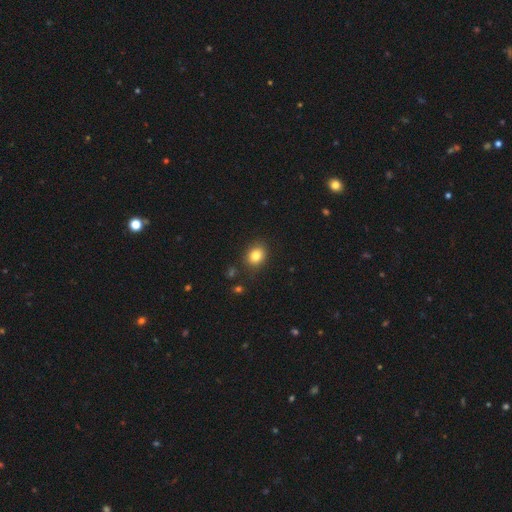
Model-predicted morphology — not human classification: A smooth galaxy with no disk features (82%) that is round (54%).

Vote fractions:
- Smooth or featured? smooth: 82% / star or artifact: 11% / featured or disk: 7%
- How rounded? round: 54% / in between: 45% / cigar-shaped: 1%
- Merging? none: 86% / minor disturbance: 10% / major disturbance: 3% / merger: 2%